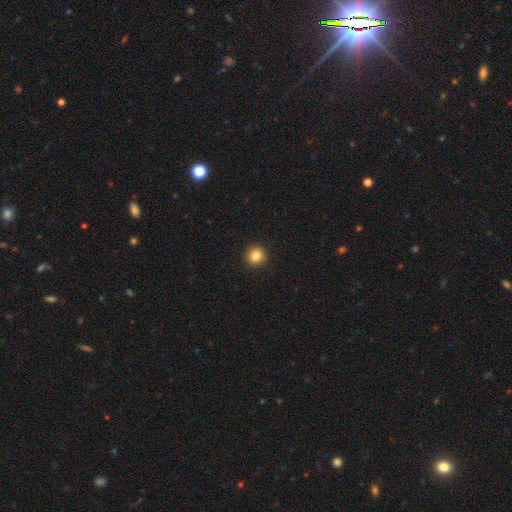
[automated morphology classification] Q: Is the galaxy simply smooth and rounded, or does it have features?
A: smooth — 84%.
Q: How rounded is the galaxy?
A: round — 90%.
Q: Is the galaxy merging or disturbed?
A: none — 92%.